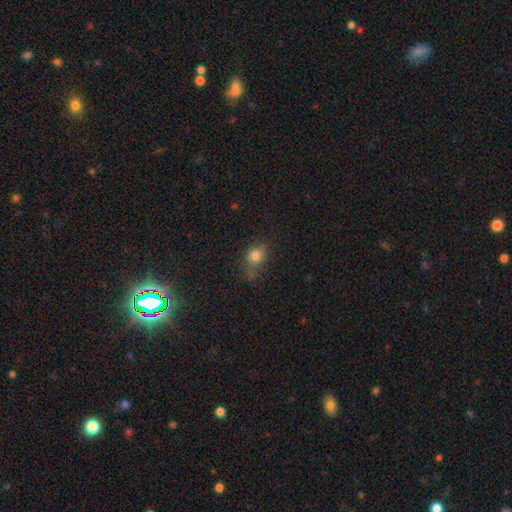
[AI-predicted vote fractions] Smooth or featured? Predicted: smooth (p=0.79). How rounded? Predicted: round (p=0.62). Merging? Predicted: none (p=0.58).